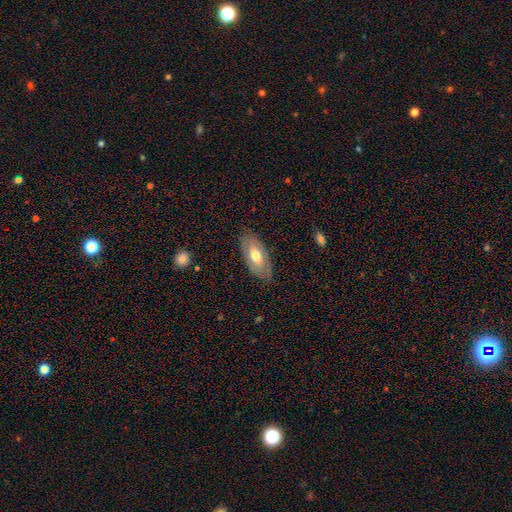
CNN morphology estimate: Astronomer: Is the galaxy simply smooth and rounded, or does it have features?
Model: smooth — 55% (runner-up: featured or disk, 39%).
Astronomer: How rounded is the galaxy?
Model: in between — 91%.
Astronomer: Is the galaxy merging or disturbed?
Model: none — 81%.